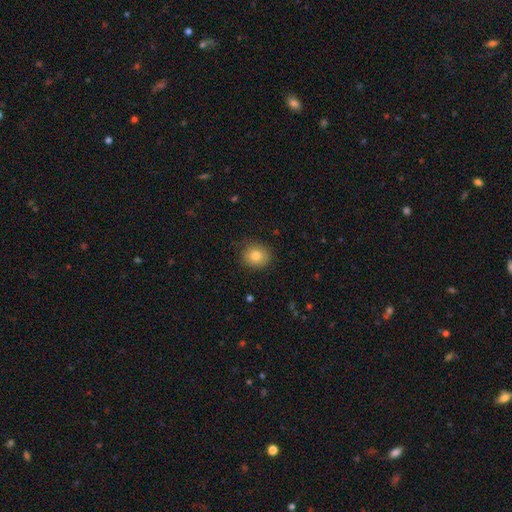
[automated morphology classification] Q: Smooth or featured?
A: smooth (82%); runner-up: star or artifact (10%)
Q: How rounded?
A: round (74%); runner-up: in between (25%)
Q: Merging?
A: none (84%); runner-up: minor disturbance (12%)